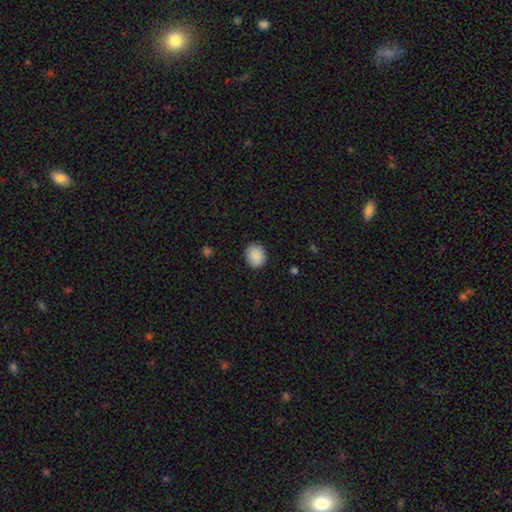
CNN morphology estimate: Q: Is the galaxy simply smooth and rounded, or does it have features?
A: smooth — 89%.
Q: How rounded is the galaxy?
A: round — 73%.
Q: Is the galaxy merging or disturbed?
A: none — 89%.